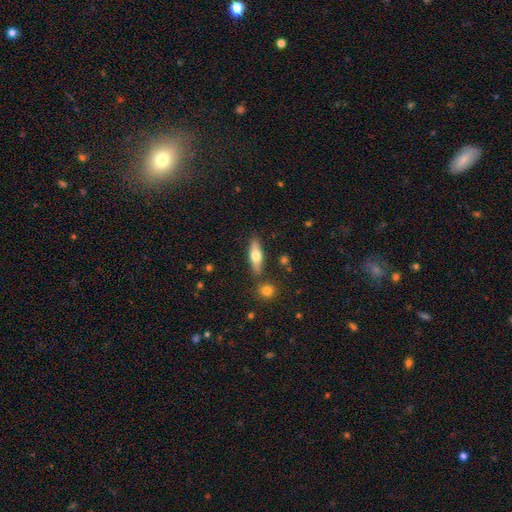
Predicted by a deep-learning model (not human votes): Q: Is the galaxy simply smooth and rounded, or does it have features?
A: smooth — 60%.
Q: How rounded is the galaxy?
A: cigar-shaped — 49%.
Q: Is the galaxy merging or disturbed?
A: none — 79%.